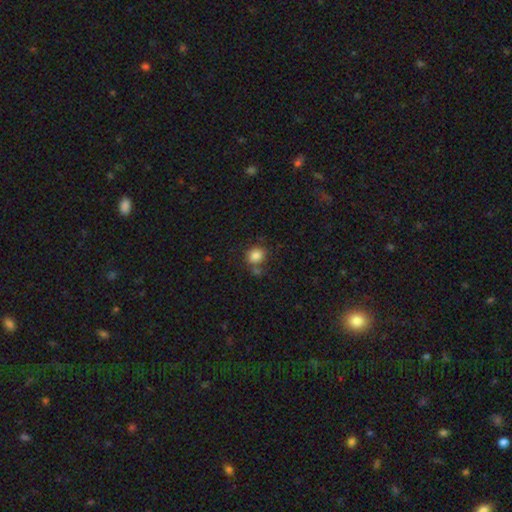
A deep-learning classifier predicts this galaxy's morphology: smooth-or-featured: smooth: 84% | star or artifact: 11% | featured or disk: 6%
  how-rounded: round: 75% | in between: 24% | cigar-shaped: 1%
  merging: none: 69% | merger: 14% | minor disturbance: 13% | major disturbance: 4%